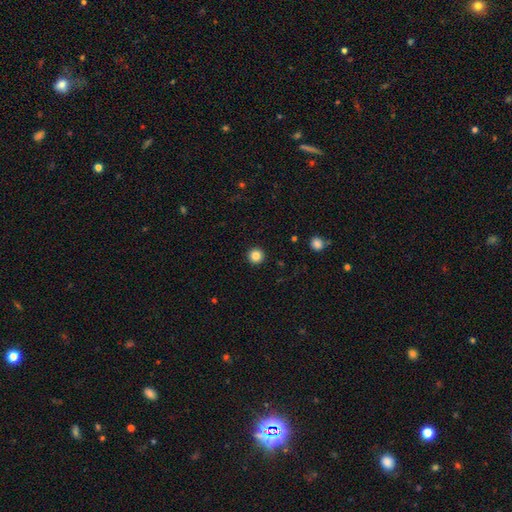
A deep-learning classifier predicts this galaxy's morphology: Smooth or featured? Predicted: smooth (p=0.85). How rounded? Predicted: round (p=0.96). Merging? Predicted: none (p=0.93).